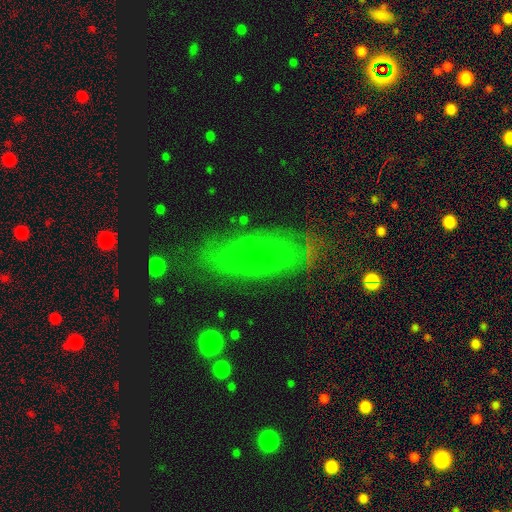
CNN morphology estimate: smooth-or-featured: smooth: 44% | featured or disk: 32% | star or artifact: 23%
  merging: none: 64% | minor disturbance: 17% | merger: 10% | major disturbance: 9%